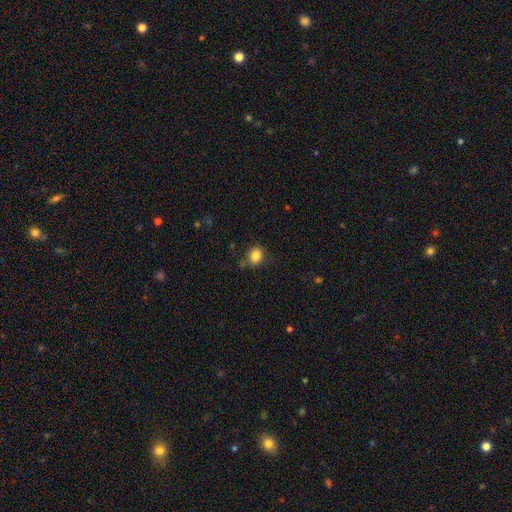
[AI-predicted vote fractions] A smooth galaxy with no disk features (84%) that is round (70%).

Vote fractions:
- Smooth or featured? smooth: 84% / star or artifact: 11% / featured or disk: 5%
- How rounded? round: 70% / in between: 29% / cigar-shaped: 1%
- Merging? none: 75% / minor disturbance: 17% / major disturbance: 4% / merger: 4%